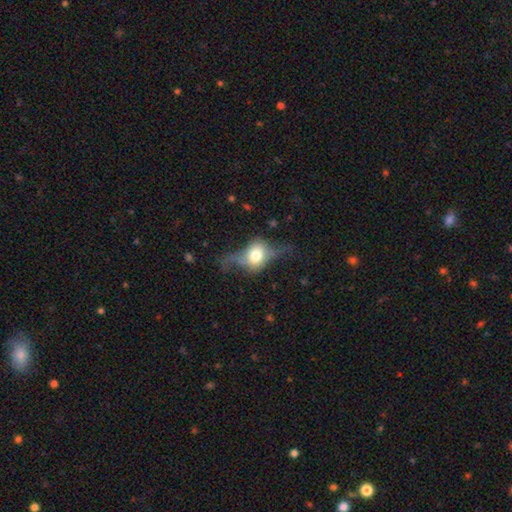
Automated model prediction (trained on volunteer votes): This appears to be a featured or disk galaxy (49%). Merging: none (41%).